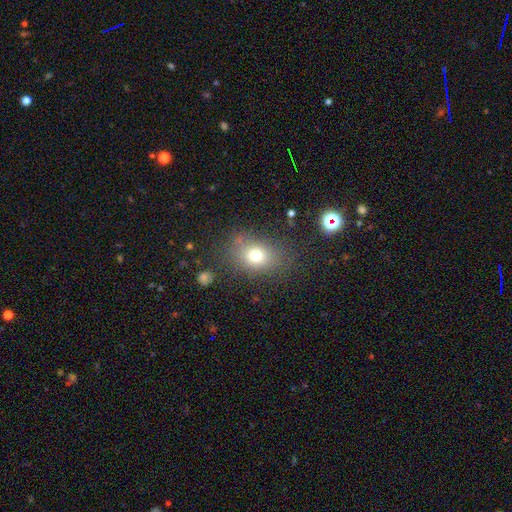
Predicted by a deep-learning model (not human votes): smooth-or-featured: smooth: 75% | star or artifact: 14% | featured or disk: 12%
  how-rounded: in between: 58% | round: 41% | cigar-shaped: 1%
  merging: none: 73% | minor disturbance: 16% | major disturbance: 8% | merger: 3%